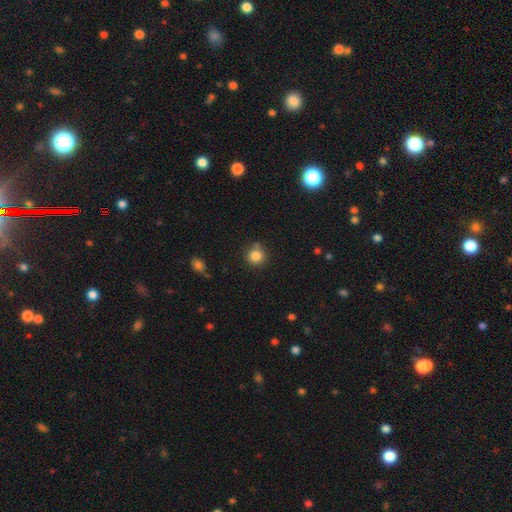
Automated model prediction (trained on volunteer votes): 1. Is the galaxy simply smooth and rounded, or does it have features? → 83% smooth, 11% star or artifact, 5% featured or disk.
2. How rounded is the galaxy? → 92% round, 7% in between, 1% cigar-shaped.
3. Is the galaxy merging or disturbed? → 78% none, 11% minor disturbance, 8% merger, 3% major disturbance.